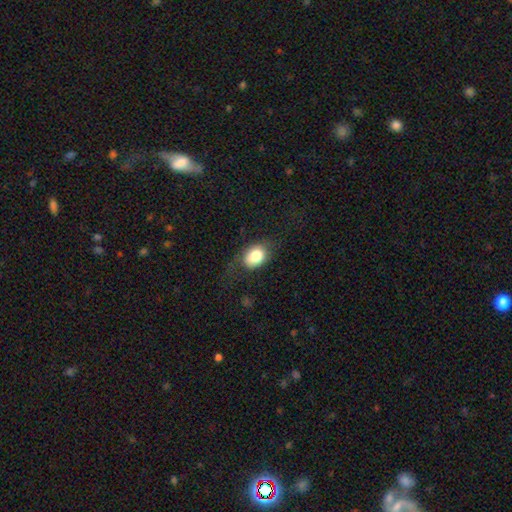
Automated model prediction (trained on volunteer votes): Smooth or featured: smooth — 79% (featured or disk — 13%)
How rounded: in between — 71% (round — 28%)
Merging: none — 64% (minor disturbance — 21%)